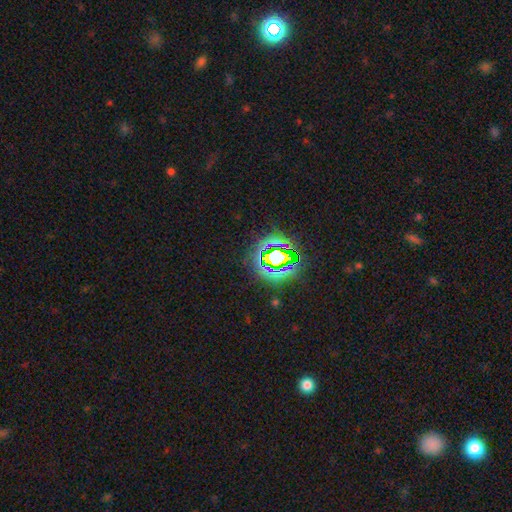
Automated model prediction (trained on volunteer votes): star or artifact 79%, smooth 14%, featured or disk 7%.